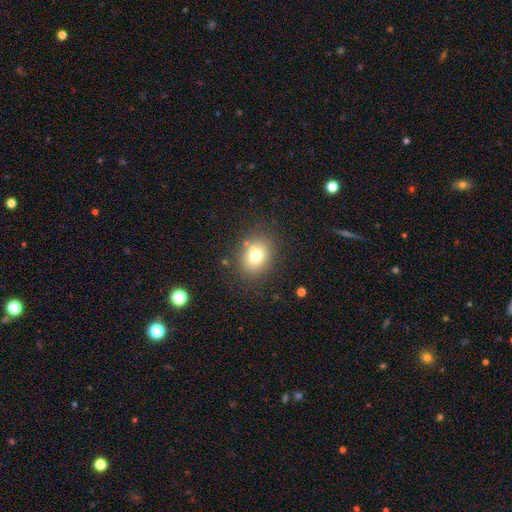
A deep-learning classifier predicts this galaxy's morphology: Smooth or featured? smooth (73%)
How rounded? round (56%)
Merging? none (76%)